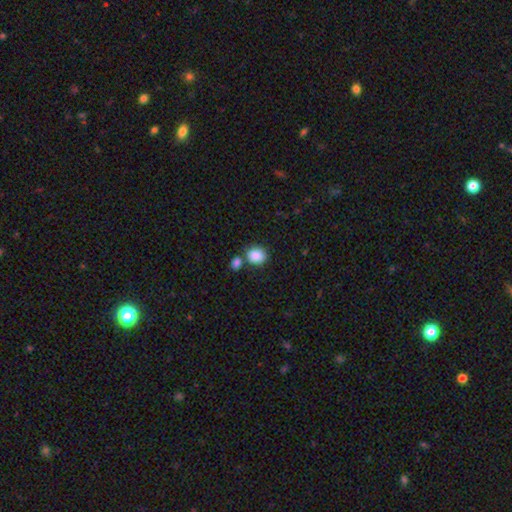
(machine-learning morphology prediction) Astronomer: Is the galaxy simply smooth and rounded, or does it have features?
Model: smooth — 88%.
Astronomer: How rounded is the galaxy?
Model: round — 67%.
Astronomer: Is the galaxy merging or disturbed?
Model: none — 63%.